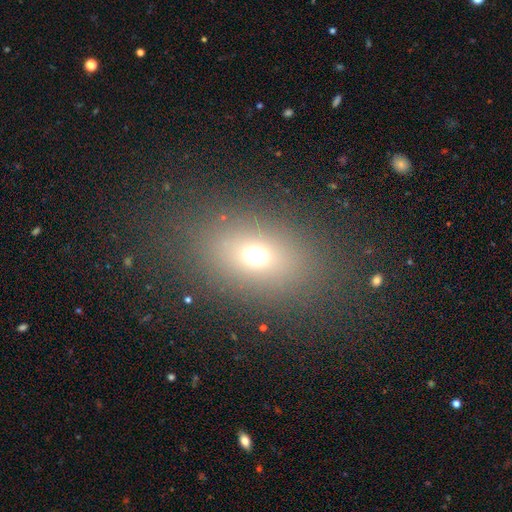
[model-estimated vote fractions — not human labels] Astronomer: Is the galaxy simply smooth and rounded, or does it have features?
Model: smooth — 66%.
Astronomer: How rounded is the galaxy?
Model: in between — 64%.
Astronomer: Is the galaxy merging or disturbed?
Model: none — 79%.